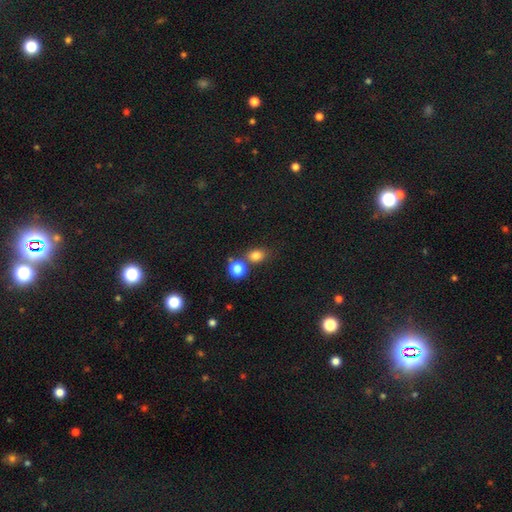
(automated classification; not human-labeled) smooth_or_featured: smooth (p=0.80) [alt: star or artifact p=0.14]
how_rounded: in between (p=0.52) [alt: round p=0.47]
merging: none (p=0.62) [alt: merger p=0.23]